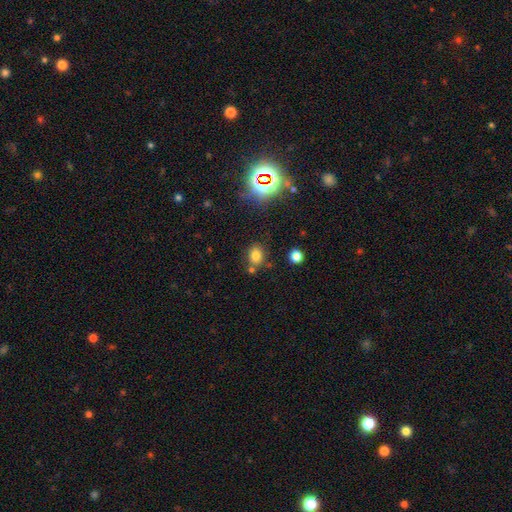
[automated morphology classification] A smooth galaxy with no disk features (72%) that is in between round and cigar-shaped (54%). Merging: none (72%).